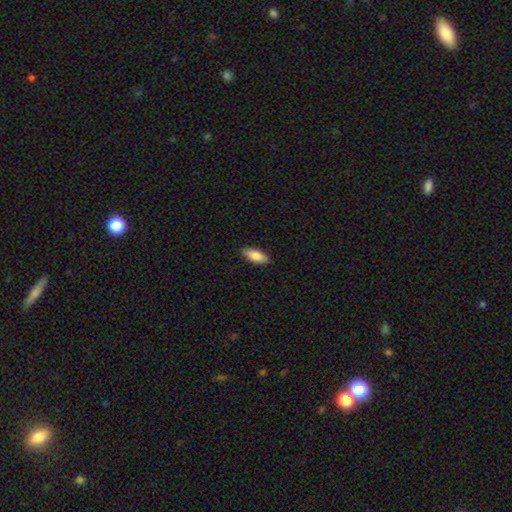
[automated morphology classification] This appears to be a smooth galaxy with no disk features (85%) that is in between round and cigar-shaped (81%). Merging: none (88%).